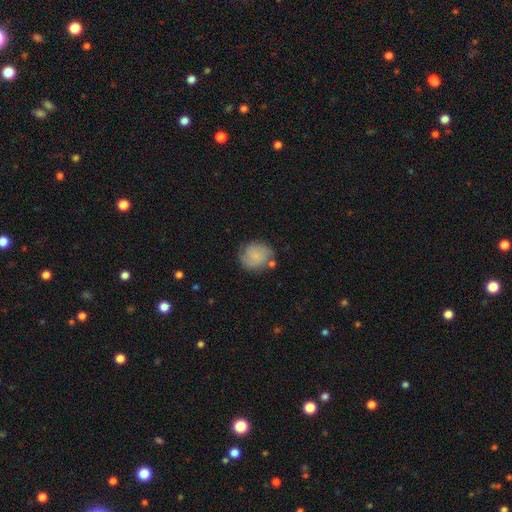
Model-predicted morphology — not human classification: A smooth galaxy with no disk features (63%) that is round (81%). Merging: none (67%).